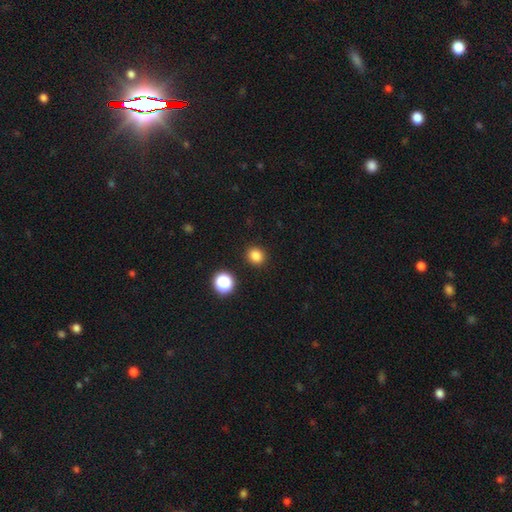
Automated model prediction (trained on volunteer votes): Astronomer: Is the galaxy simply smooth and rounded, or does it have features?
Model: smooth — 83%.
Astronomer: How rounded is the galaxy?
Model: round — 82%.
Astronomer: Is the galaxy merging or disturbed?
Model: none — 91%.